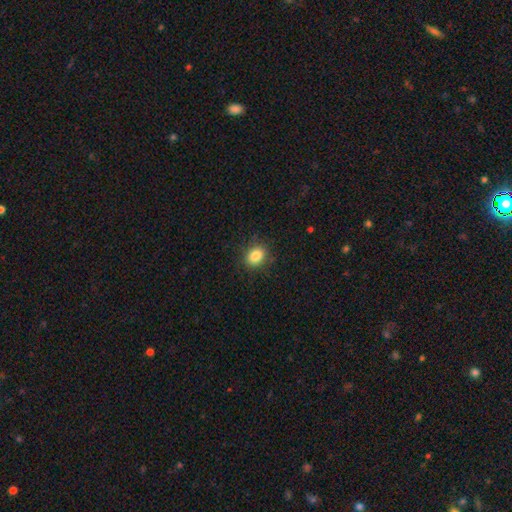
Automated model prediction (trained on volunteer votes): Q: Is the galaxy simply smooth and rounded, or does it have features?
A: smooth — 85%.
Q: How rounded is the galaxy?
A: in between — 57%.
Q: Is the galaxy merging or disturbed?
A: none — 86%.